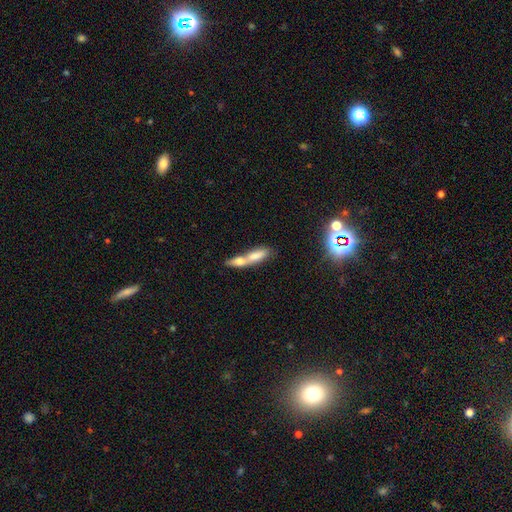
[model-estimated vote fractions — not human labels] The model was most divided on "how rounded": cigar-shaped: 51%, in between: 45%, round: 4%. More confident: merging — merger (71%); smooth or featured — smooth (68%).